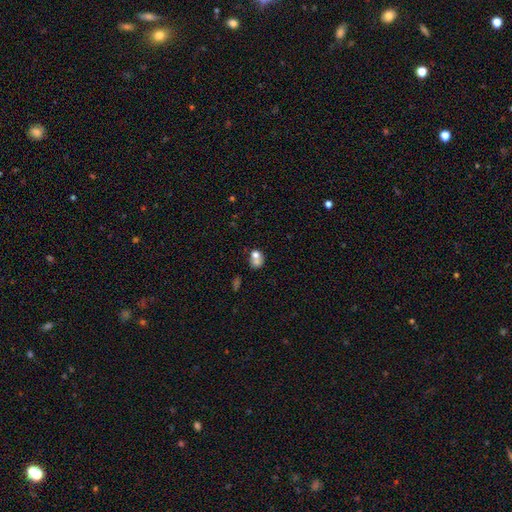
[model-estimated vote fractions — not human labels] Morphology: type=smooth (68%); roundness=round (53%); merging=merger (46%).